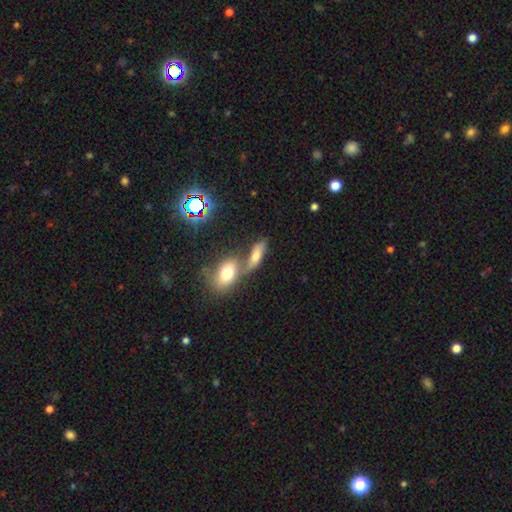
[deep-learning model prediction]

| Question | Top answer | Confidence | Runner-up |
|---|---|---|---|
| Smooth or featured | smooth | 66% | featured or disk (20%) |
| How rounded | in between | 74% | cigar-shaped (18%) |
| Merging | merger | 51% | none (33%) |